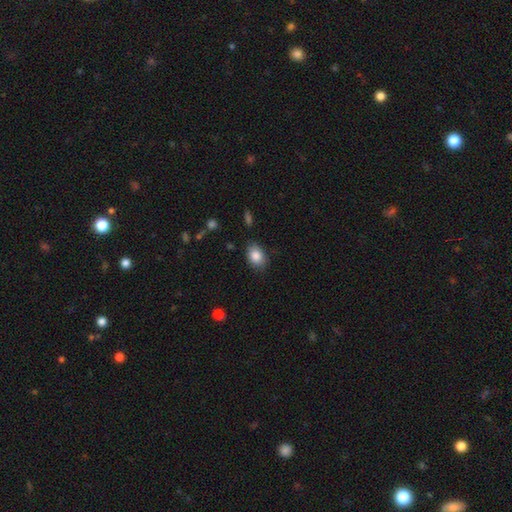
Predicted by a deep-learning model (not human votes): The model was most divided on "how rounded": in between: 77%, round: 22%, cigar-shaped: 1%. More confident: smooth or featured — smooth (85%); merging — none (83%).